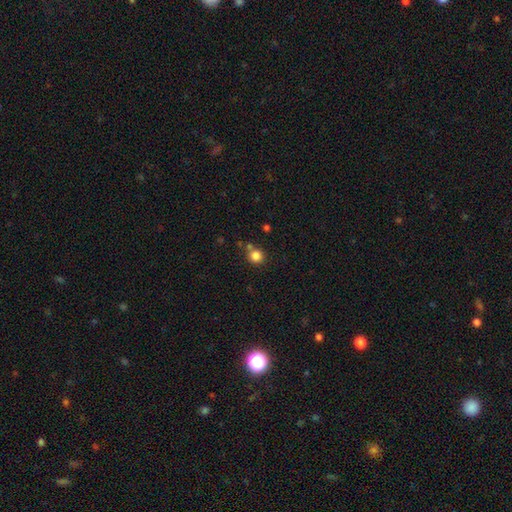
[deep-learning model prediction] Q: Smooth or featured?
A: smooth (84%); runner-up: star or artifact (12%)
Q: How rounded?
A: round (90%); runner-up: in between (9%)
Q: Merging?
A: none (74%); runner-up: merger (13%)